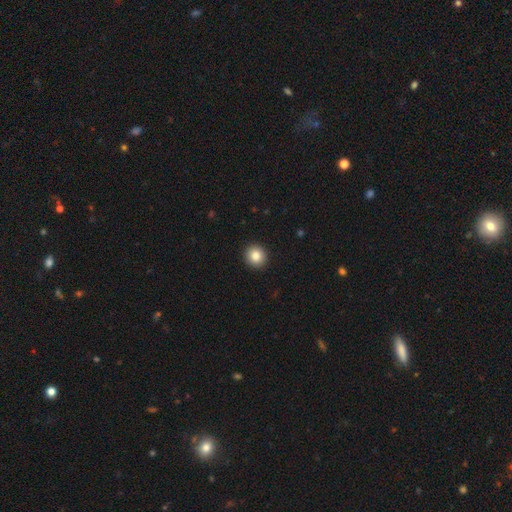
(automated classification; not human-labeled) Smooth or featured?
  - smooth: 84% *
  - star or artifact: 9%
  - featured or disk: 6%
How rounded?
  - round: 92% *
  - in between: 7%
  - cigar-shaped: 1%
Merging?
  - none: 93% *
  - minor disturbance: 4%
  - major disturbance: 1%
  - merger: 1%